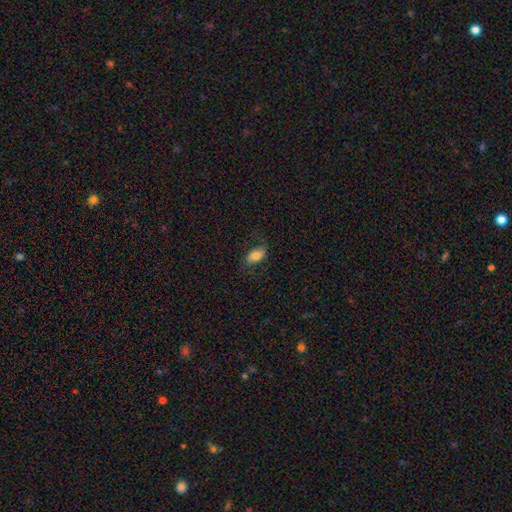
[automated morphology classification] smooth-or-featured: smooth: 65% | featured or disk: 27% | star or artifact: 8%
  how-rounded: in between: 91% | cigar-shaped: 5% | round: 5%
  merging: none: 70% | minor disturbance: 19% | major disturbance: 10% | merger: 1%